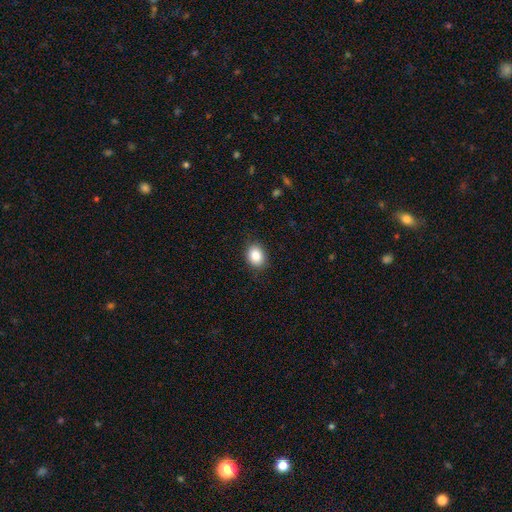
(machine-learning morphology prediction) A smooth galaxy with no disk features (85%) that is in between round and cigar-shaped (57%). Merging: none (86%).